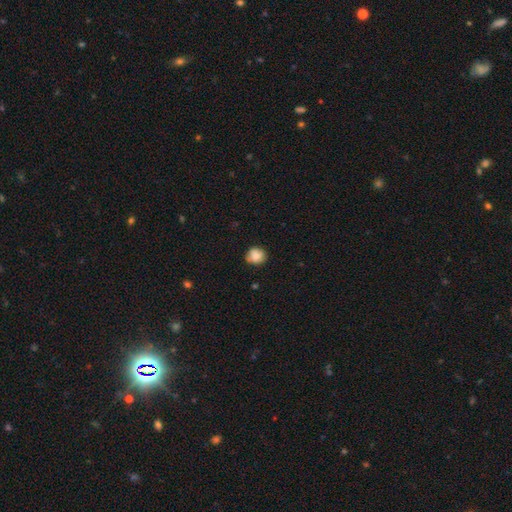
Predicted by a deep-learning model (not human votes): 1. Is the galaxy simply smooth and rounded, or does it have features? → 84% smooth, 9% star or artifact, 7% featured or disk.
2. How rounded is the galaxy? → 79% round, 20% in between, 1% cigar-shaped.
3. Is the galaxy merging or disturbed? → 78% none, 18% minor disturbance, 3% major disturbance, 1% merger.